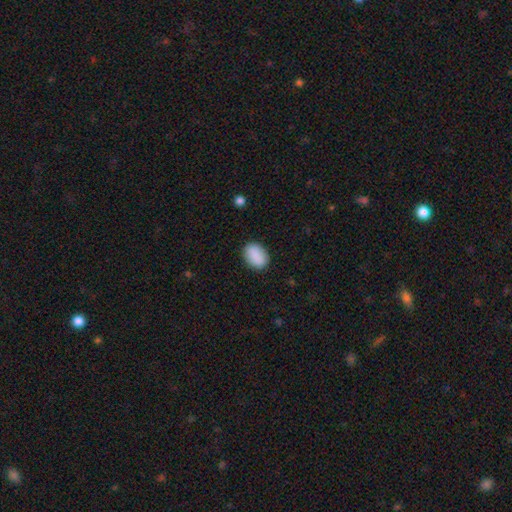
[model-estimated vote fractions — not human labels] Overall: smooth (89%). How rounded: in between (77%). Merging: none (87%).